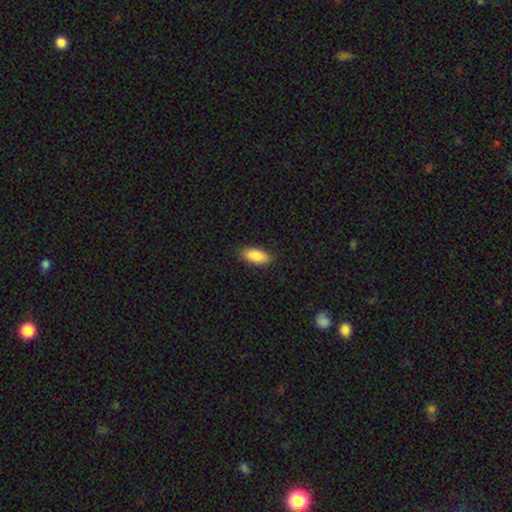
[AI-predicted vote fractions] A smooth galaxy with no disk features (88%) that is in between round and cigar-shaped (85%).

Vote fractions:
- Smooth or featured? smooth: 88% / star or artifact: 6% / featured or disk: 6%
- How rounded? in between: 85% / cigar-shaped: 13% / round: 2%
- Merging? none: 87% / minor disturbance: 10% / major disturbance: 2% / merger: 1%